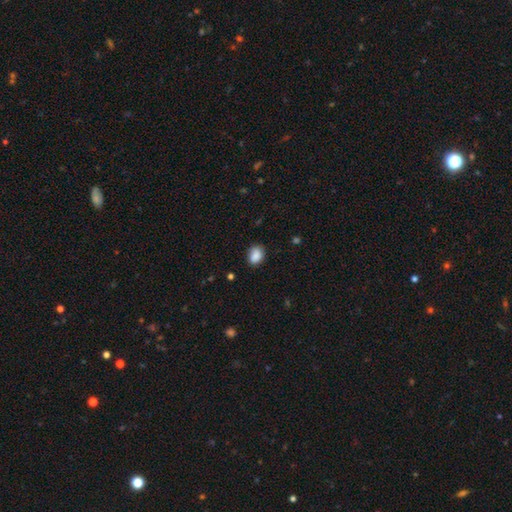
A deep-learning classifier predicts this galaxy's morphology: The model was most divided on "how rounded": in between: 66%, round: 33%, cigar-shaped: 1%. More confident: smooth or featured — smooth (87%); merging — none (78%).